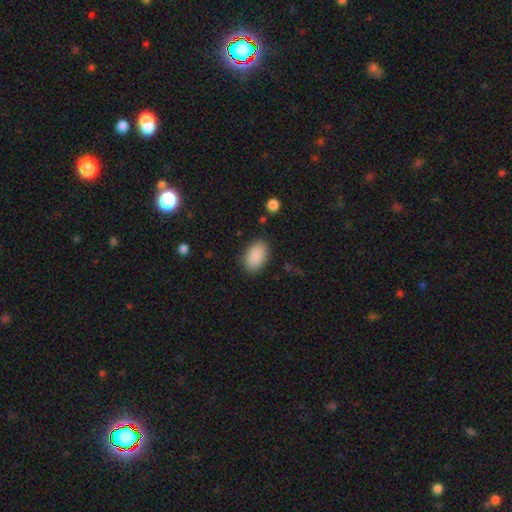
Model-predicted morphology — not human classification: This appears to be a smooth galaxy with no disk features (90%) that is in between round and cigar-shaped (91%). Merging: none (85%).